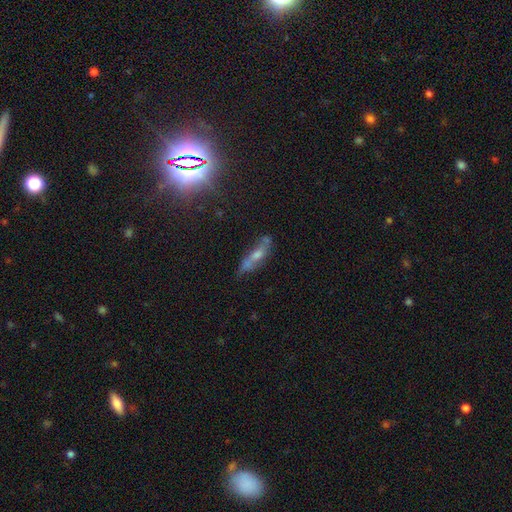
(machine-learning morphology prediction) type=featured or disk (47%); merging=none (54%).